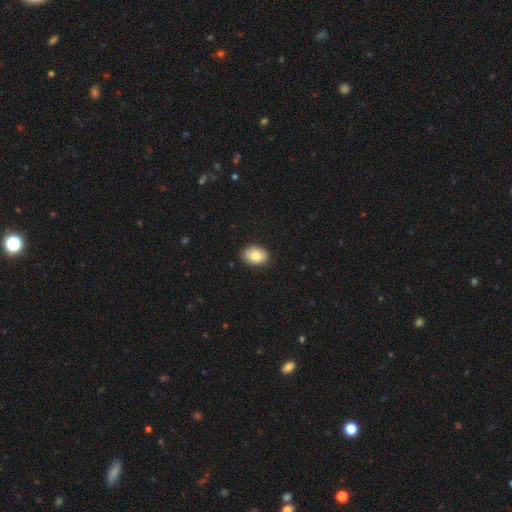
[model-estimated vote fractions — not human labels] The model was most divided on "how rounded": in between: 72%, round: 27%, cigar-shaped: 1%. More confident: merging — none (87%); smooth or featured — smooth (83%).